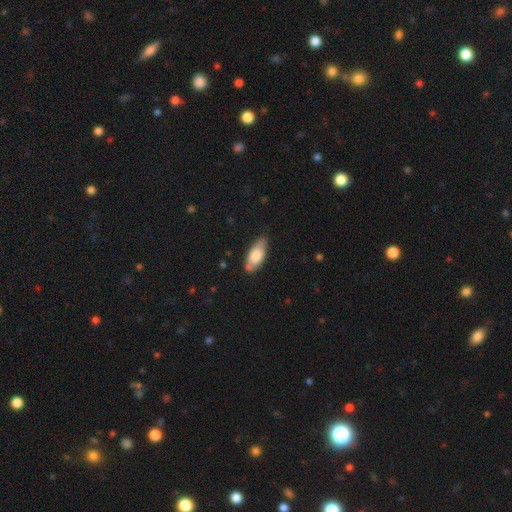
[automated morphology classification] Overall: smooth (76%). How rounded: in between (82%). Merging: none (73%).